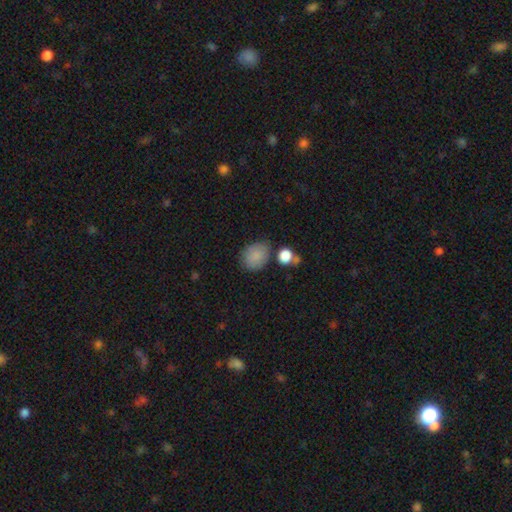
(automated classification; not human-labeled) Morphology: type=smooth (85%); roundness=in between (56%); merging=none (67%).